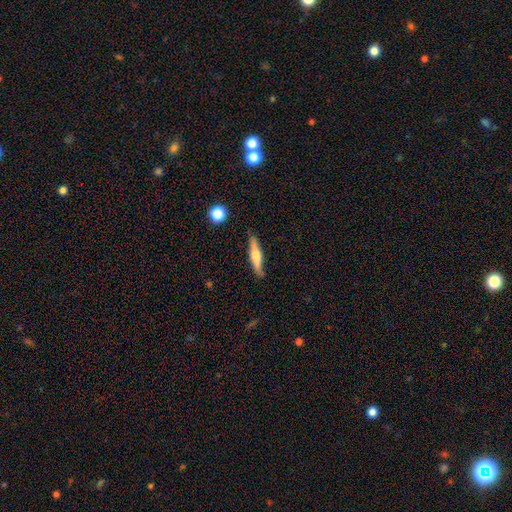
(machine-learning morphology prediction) Overall: smooth (51%; featured or disk 43%). How rounded: cigar-shaped (84%). Merging: none (80%).